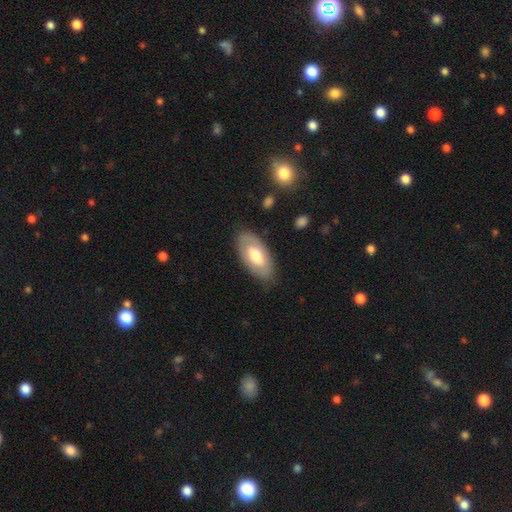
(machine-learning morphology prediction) Smooth or featured? Predicted: smooth (p=0.59). How rounded? Predicted: in between (p=0.93). Merging? Predicted: none (p=0.80).